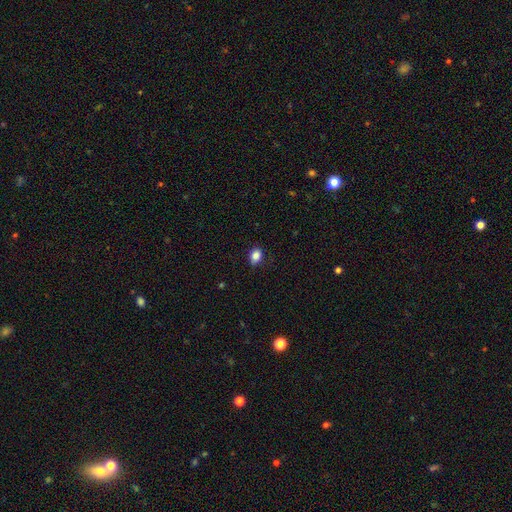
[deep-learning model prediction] smooth 85%, star or artifact 9%, featured or disk 6%. Down the decision tree: how rounded — in between (72%); merging — none (84%).